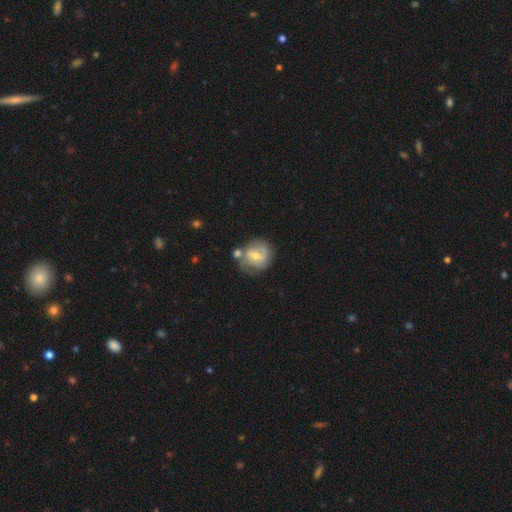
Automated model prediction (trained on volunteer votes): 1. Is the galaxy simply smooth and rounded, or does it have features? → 56% featured or disk, 36% smooth, 7% star or artifact.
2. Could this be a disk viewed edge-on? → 97% no, 3% yes.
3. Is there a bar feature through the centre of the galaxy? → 47% weak, 42% no, 11% strong.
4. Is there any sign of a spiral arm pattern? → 77% yes, 23% no.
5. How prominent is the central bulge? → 61% moderate, 34% small, 3% large, 2% none, 1% dominant.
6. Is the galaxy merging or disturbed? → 53% none, 20% merger, 19% minor disturbance, 7% major disturbance.